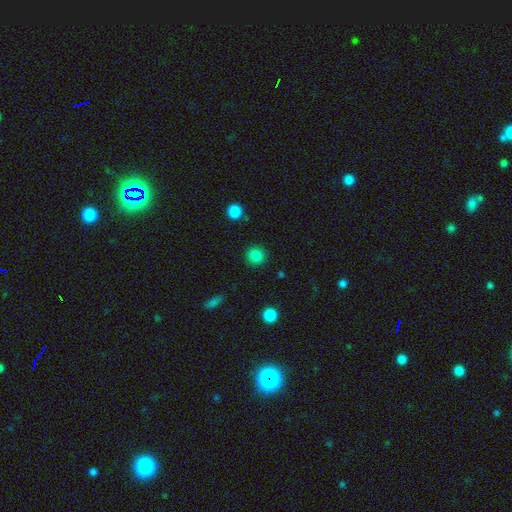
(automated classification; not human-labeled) smooth 85%, star or artifact 11%, featured or disk 4%. Down the decision tree: how rounded — round (92%); merging — none (90%).